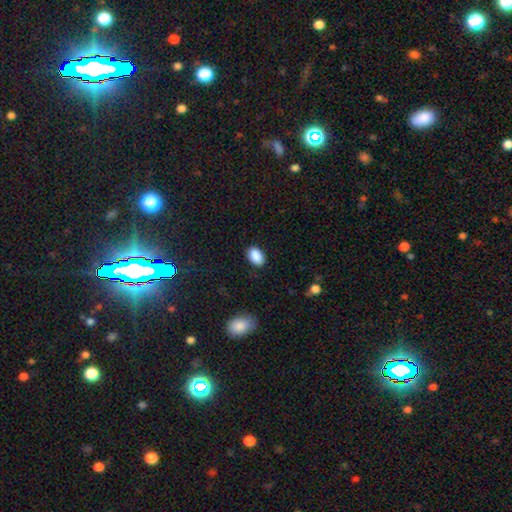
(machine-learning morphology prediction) smooth 89%, star or artifact 7%, featured or disk 3%. Down the decision tree: how rounded — in between (89%); merging — none (86%).